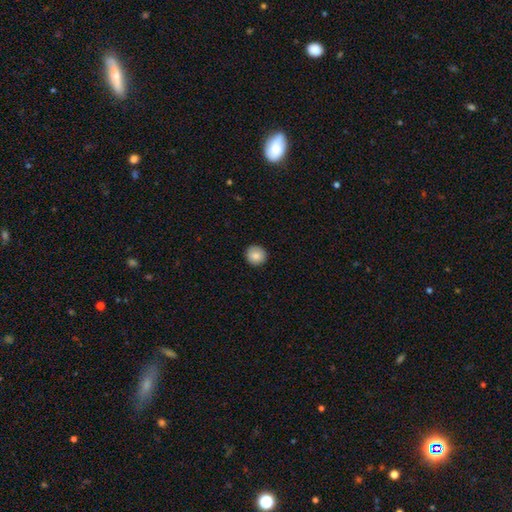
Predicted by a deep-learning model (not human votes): Smooth or featured? Predicted: smooth (p=0.86). How rounded? Predicted: round (p=0.94). Merging? Predicted: none (p=0.92).